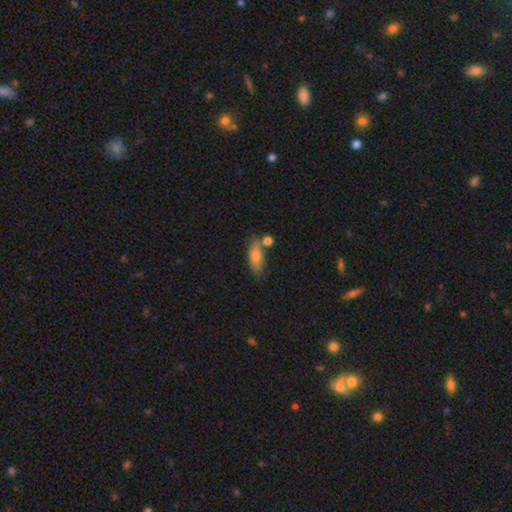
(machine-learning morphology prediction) This is likely a smooth galaxy (72%). How rounded: likely in between (66%). Merging: likely none (71%).